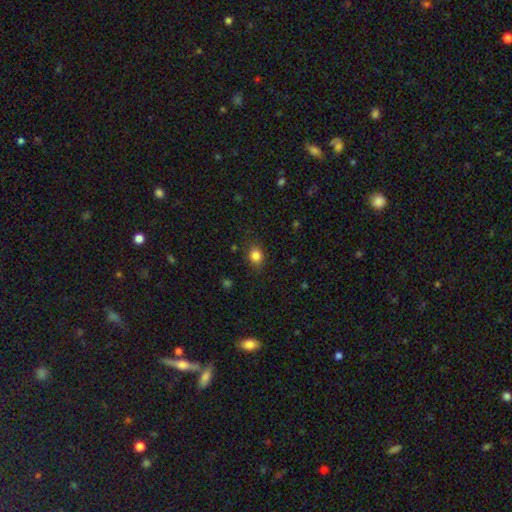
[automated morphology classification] This is clearly a smooth galaxy (84%). How rounded: possibly in between (54%). Merging: clearly none (82%).